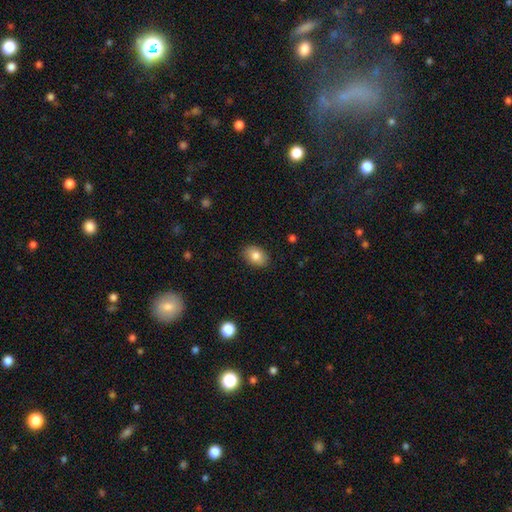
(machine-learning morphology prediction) smooth-or-featured: smooth: 83% | featured or disk: 9% | star or artifact: 8%
  how-rounded: in between: 80% | round: 19% | cigar-shaped: 1%
  merging: none: 88% | minor disturbance: 9% | major disturbance: 2% | merger: 1%